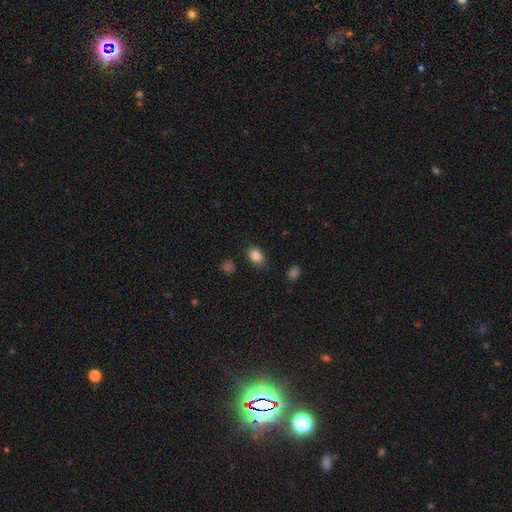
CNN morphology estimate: smooth 85%, star or artifact 9%, featured or disk 5%. Down the decision tree: how rounded — in between (82%); merging — none (80%).